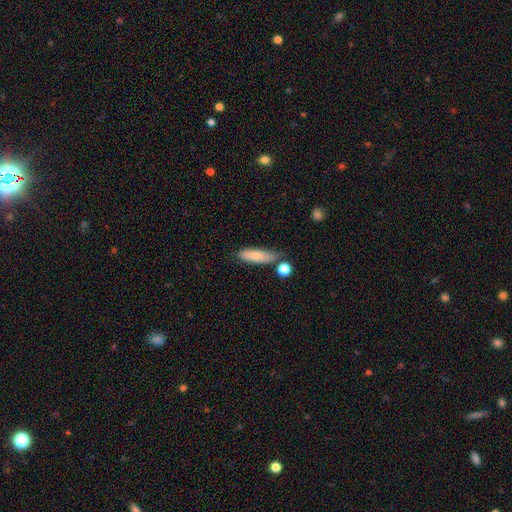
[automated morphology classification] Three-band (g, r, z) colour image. It shows a smooth galaxy with no disk features (76%) that is in between round and cigar-shaped (52%). Merging: none (62%).